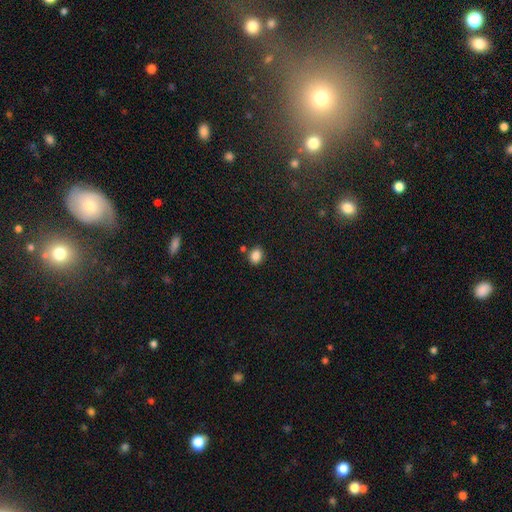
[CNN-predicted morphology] type=smooth (85%); roundness=in between (57%); merging=none (79%).